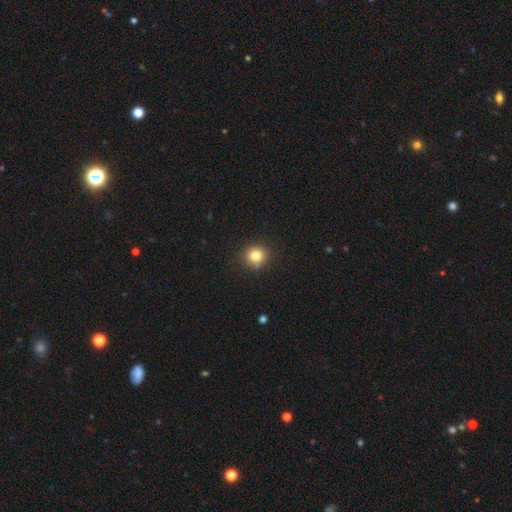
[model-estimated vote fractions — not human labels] A smooth galaxy with no disk features (81%) that is round (91%). Merging: none (87%).